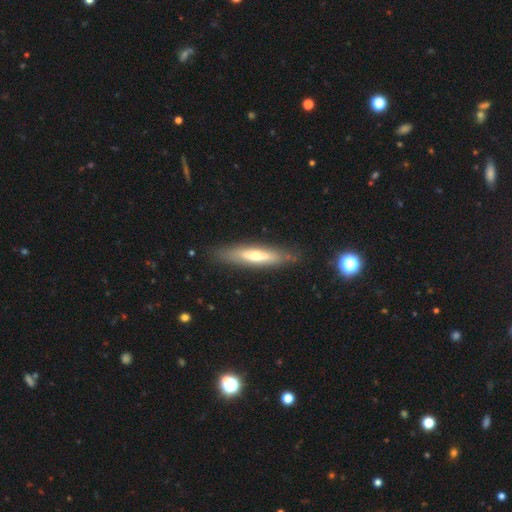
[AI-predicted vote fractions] Smooth or featured: featured or disk — 52% (smooth — 42%)
Edge-on disk: yes — 71% (no — 29%)
Merging: none — 83% (minor disturbance — 12%)